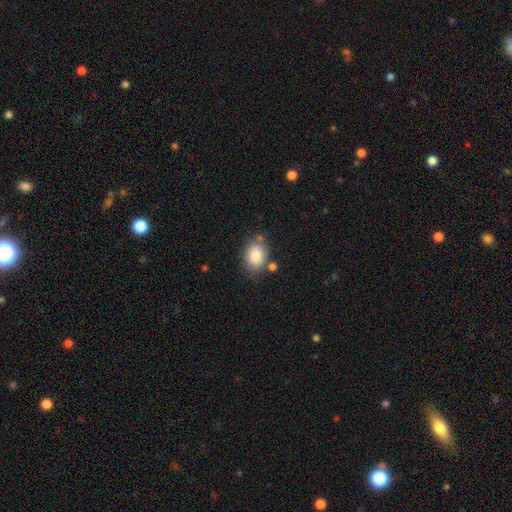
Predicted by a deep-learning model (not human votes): Smooth or featured?
  - smooth: 85% *
  - star or artifact: 8%
  - featured or disk: 7%
How rounded?
  - in between: 73% *
  - round: 26%
  - cigar-shaped: 1%
Merging?
  - none: 69% *
  - minor disturbance: 17%
  - merger: 9%
  - major disturbance: 5%